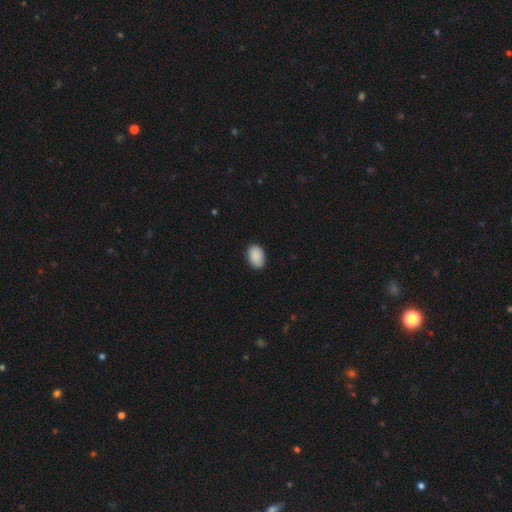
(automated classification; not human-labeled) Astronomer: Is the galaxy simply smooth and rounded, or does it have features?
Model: smooth — 91%.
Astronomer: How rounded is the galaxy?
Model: in between — 89%.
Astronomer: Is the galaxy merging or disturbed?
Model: none — 87%.